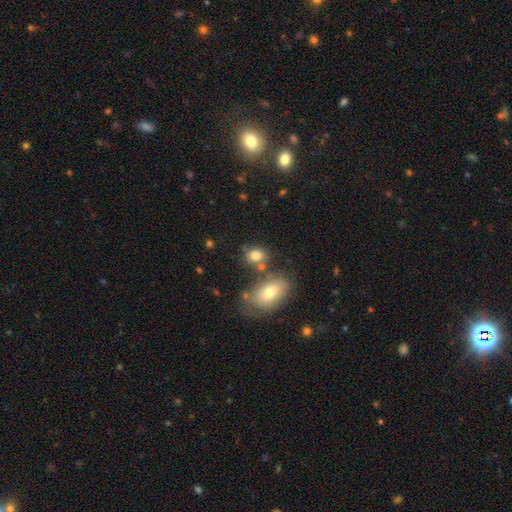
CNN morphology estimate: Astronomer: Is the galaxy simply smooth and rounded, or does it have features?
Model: smooth — 79%.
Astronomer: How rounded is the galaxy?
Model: in between — 63%.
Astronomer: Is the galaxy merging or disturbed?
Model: none — 58%.